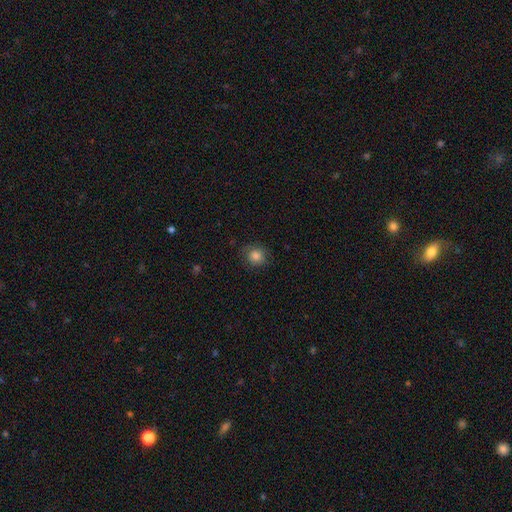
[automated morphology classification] This is clearly a smooth galaxy (83%). How rounded: clearly round (83%). Merging: clearly none (81%).